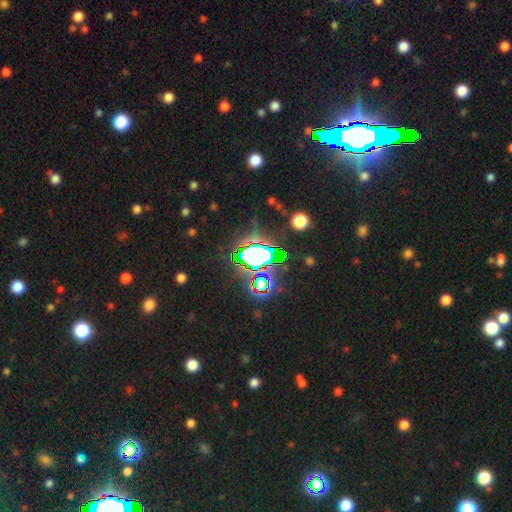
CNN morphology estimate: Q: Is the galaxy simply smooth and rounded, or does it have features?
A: star or artifact — 68%.